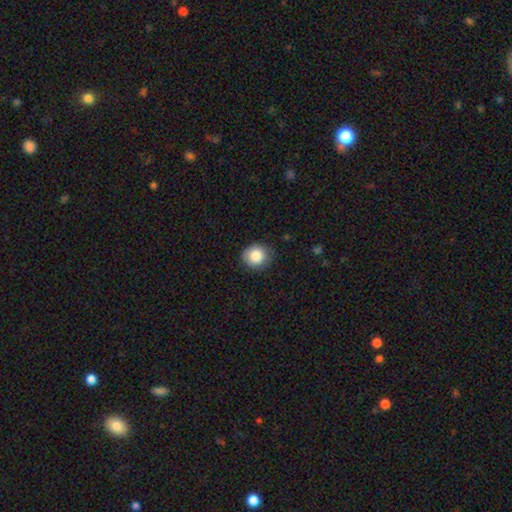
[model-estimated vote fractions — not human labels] The model was most divided on "merging": none: 80%, minor disturbance: 16%, major disturbance: 3%, merger: 1%. More confident: how rounded — round (88%); smooth or featured — smooth (86%).